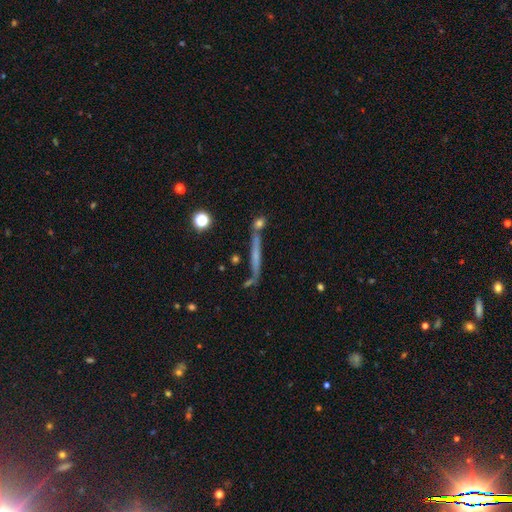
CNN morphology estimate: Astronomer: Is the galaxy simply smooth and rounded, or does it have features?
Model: featured or disk — 49% (runner-up: smooth, 41%).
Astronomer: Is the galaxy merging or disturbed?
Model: none — 68%.